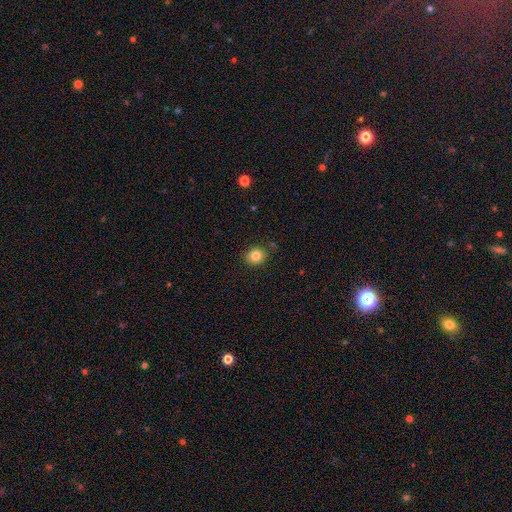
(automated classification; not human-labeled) smooth 83%, star or artifact 11%, featured or disk 7%. Down the decision tree: how rounded — round (79%); merging — none (86%).